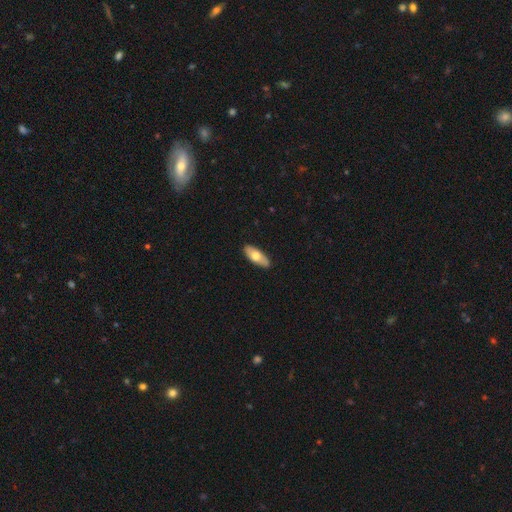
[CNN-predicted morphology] smooth_or_featured: smooth (p=0.64) [alt: featured or disk p=0.31]
how_rounded: in between (p=0.78) [alt: cigar-shaped p=0.20]
merging: none (p=0.89) [alt: minor disturbance p=0.08]